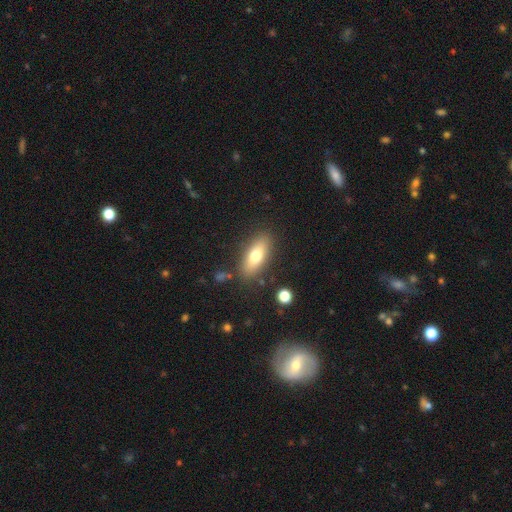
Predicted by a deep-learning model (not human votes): Smooth or featured?
  - smooth: 71% *
  - featured or disk: 22%
  - star or artifact: 7%
How rounded?
  - in between: 73% *
  - cigar-shaped: 23%
  - round: 3%
Merging?
  - none: 84% *
  - minor disturbance: 10%
  - major disturbance: 3%
  - merger: 2%